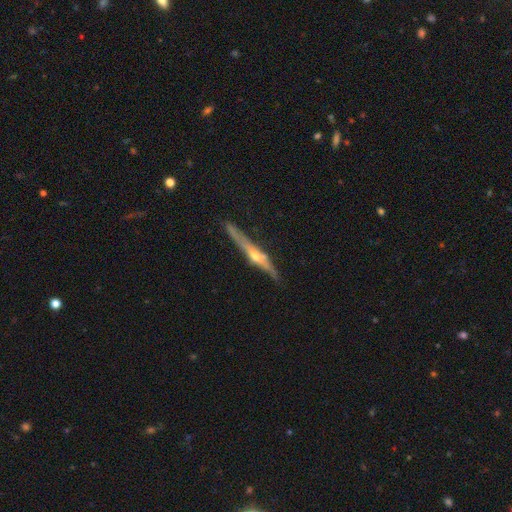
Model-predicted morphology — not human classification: Overall: featured or disk (76%). Edge-on disk: yes (96%). Edge-on bulge: rounded (85%). Merging: none (83%).